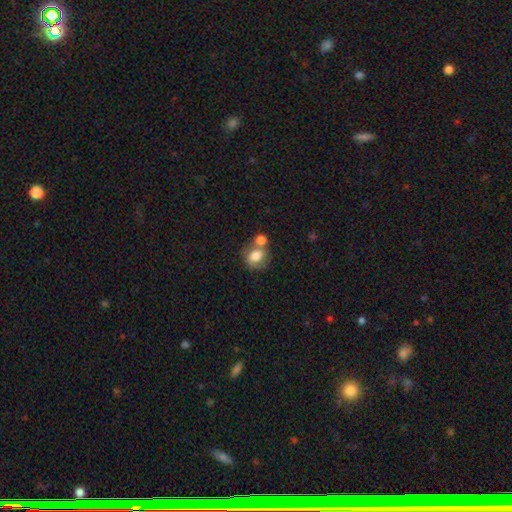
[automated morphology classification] Smooth or featured?
  - smooth: 77% *
  - featured or disk: 14%
  - star or artifact: 9%
How rounded?
  - in between: 52% *
  - round: 47%
  - cigar-shaped: 1%
Merging?
  - none: 42% *
  - merger: 40%
  - minor disturbance: 13%
  - major disturbance: 5%